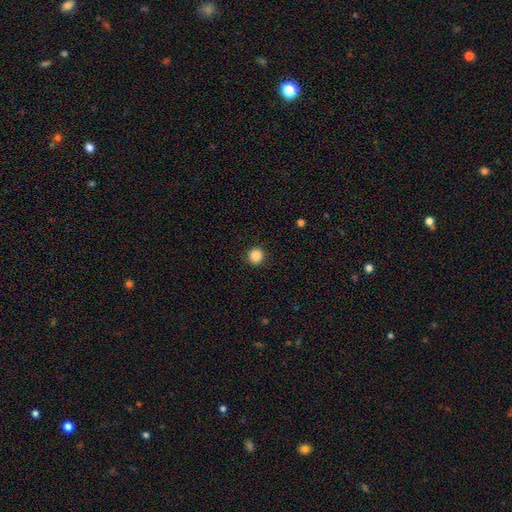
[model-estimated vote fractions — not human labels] Smooth or featured? smooth (87%)
How rounded? round (95%)
Merging? none (92%)